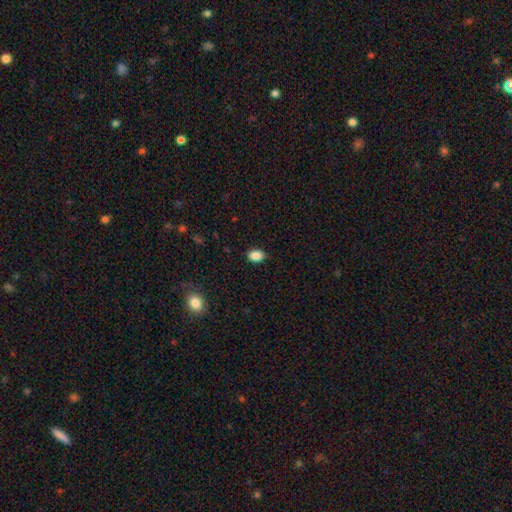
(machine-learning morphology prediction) A smooth galaxy with no disk features (87%) that is in between round and cigar-shaped (70%). Merging: none (84%).